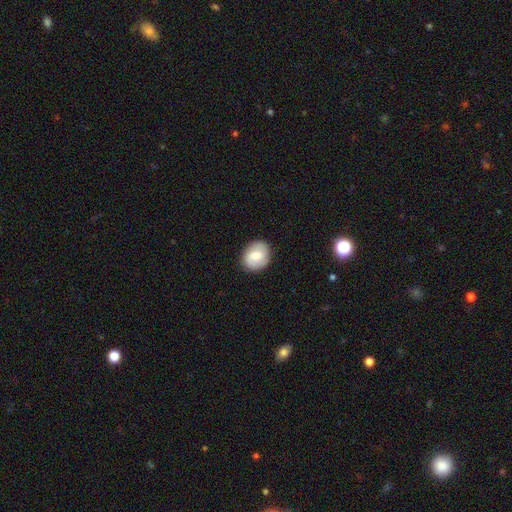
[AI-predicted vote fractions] A smooth galaxy with no disk features (68%) that is round (60%).

Vote fractions:
- Smooth or featured? smooth: 68% / featured or disk: 25% / star or artifact: 7%
- How rounded? round: 60% / in between: 39% / cigar-shaped: 1%
- Merging? none: 86% / minor disturbance: 10% / major disturbance: 3% / merger: 1%